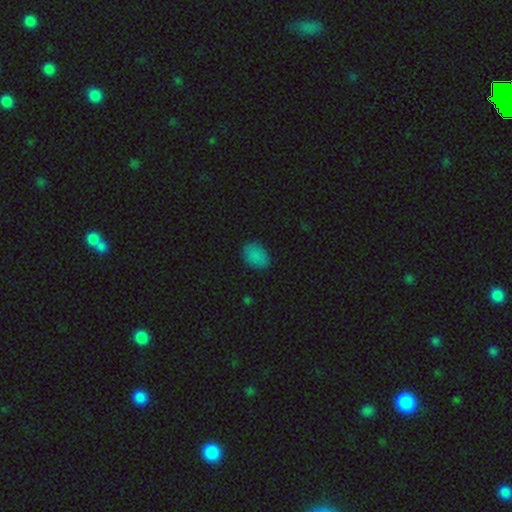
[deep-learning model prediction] Q: Smooth or featured?
A: smooth (84%); runner-up: star or artifact (12%)
Q: How rounded?
A: in between (78%); runner-up: round (20%)
Q: Merging?
A: none (84%); runner-up: minor disturbance (12%)